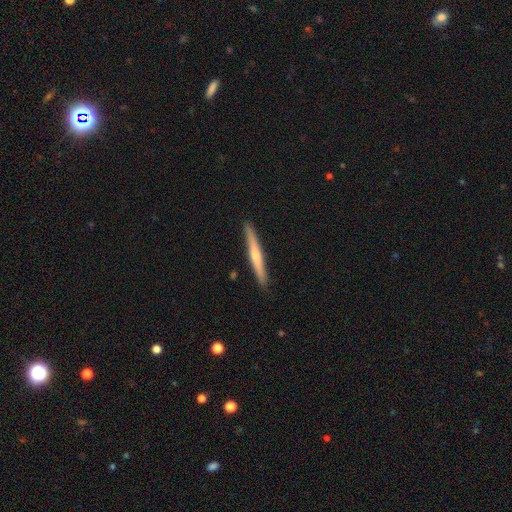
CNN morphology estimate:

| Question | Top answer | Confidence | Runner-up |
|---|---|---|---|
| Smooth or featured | featured or disk | 53% | smooth (42%) |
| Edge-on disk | yes | 97% | no (3%) |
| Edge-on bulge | rounded | 61% | none (34%) |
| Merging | none | 91% | minor disturbance (7%) |